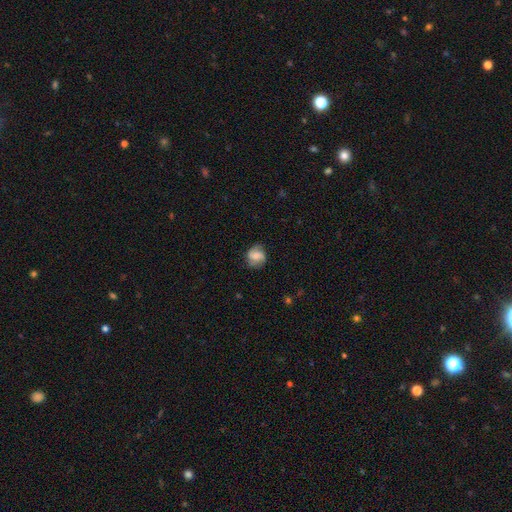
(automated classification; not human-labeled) smooth 51%, featured or disk 40%, star or artifact 9%. Down the decision tree: how rounded — round (69%); merging — none (71%).